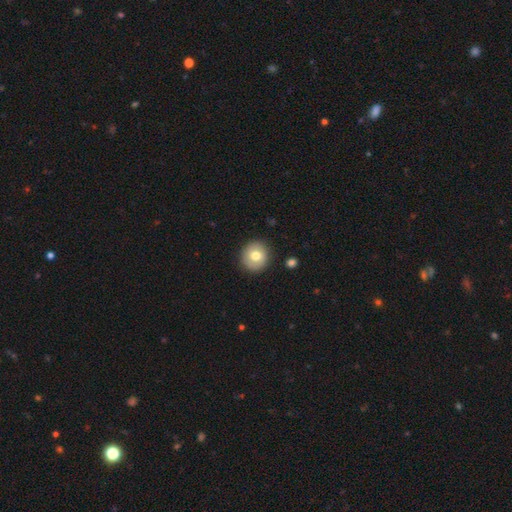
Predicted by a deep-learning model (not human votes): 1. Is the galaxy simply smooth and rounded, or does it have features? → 72% smooth, 20% featured or disk, 8% star or artifact.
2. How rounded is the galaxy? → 91% round, 8% in between, 1% cigar-shaped.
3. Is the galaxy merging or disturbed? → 89% none, 7% minor disturbance, 2% major disturbance, 1% merger.